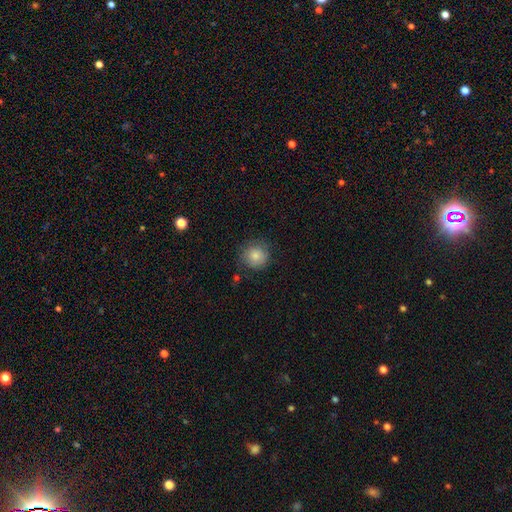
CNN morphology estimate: Smooth or featured? Predicted: smooth (p=0.82). How rounded? Predicted: round (p=0.90). Merging? Predicted: none (p=0.75).